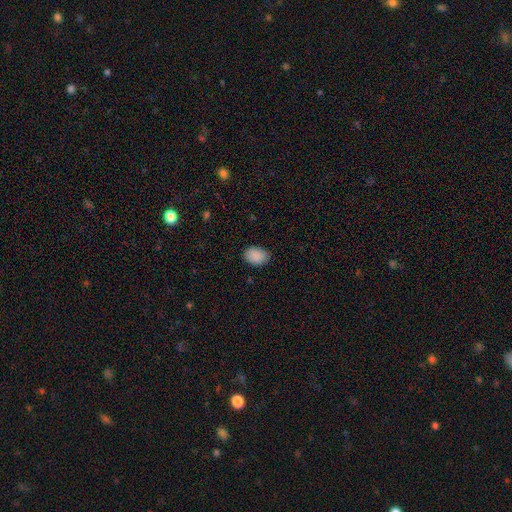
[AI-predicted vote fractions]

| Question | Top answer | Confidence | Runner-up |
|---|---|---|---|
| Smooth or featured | smooth | 89% | star or artifact (8%) |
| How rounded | in between | 78% | round (21%) |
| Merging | none | 83% | minor disturbance (14%) |